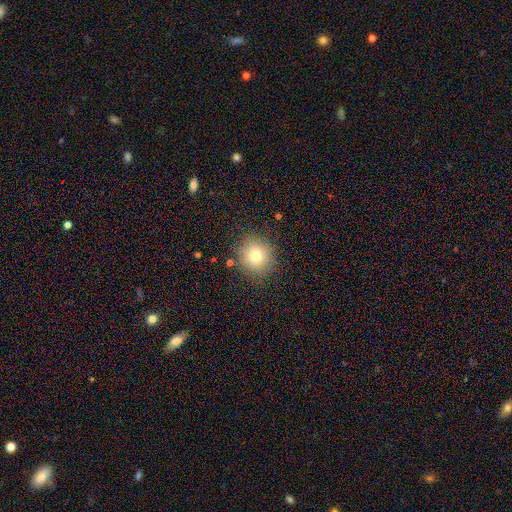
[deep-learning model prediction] Q: Smooth or featured?
A: smooth (74%); runner-up: star or artifact (14%)
Q: How rounded?
A: round (86%); runner-up: in between (13%)
Q: Merging?
A: none (85%); runner-up: minor disturbance (10%)